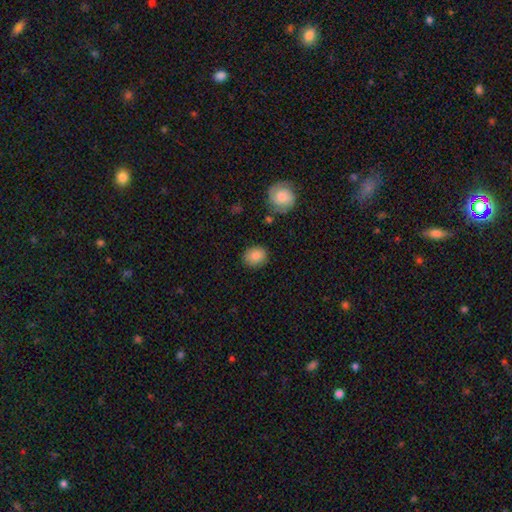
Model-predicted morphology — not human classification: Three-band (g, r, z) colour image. It shows a smooth galaxy with no disk features (85%) that is round (61%). Merging: none (85%).